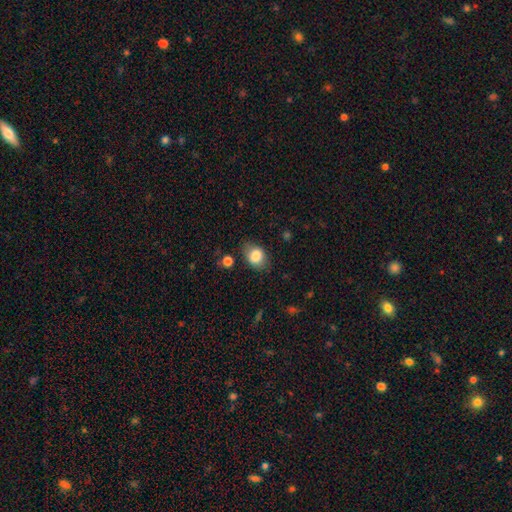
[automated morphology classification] smooth 83%, featured or disk 9%, star or artifact 8%. Down the decision tree: how rounded — in between (62%); merging — none (76%).